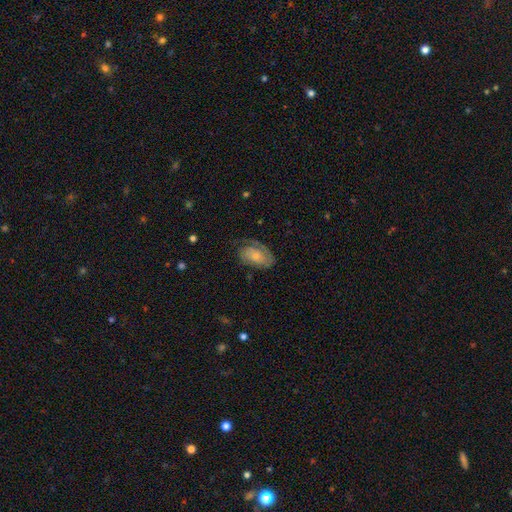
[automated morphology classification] The model was most divided on "smooth or featured": featured or disk: 50%, smooth: 44%, star or artifact: 7%. More confident: merging — none (57%).